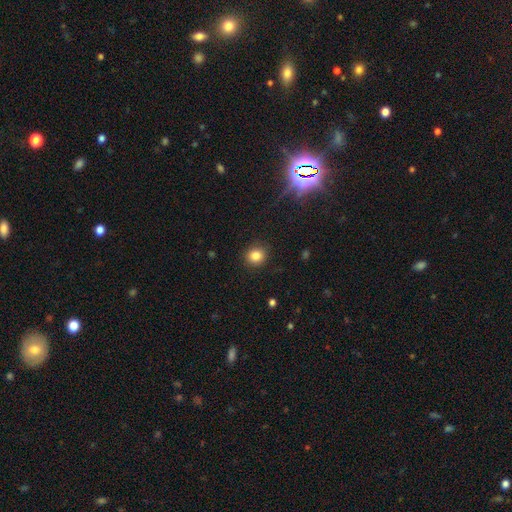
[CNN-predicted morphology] smooth_or_featured: smooth (p=0.84) [alt: star or artifact p=0.12]
how_rounded: round (p=0.85) [alt: in between p=0.14]
merging: none (p=0.90) [alt: minor disturbance p=0.07]